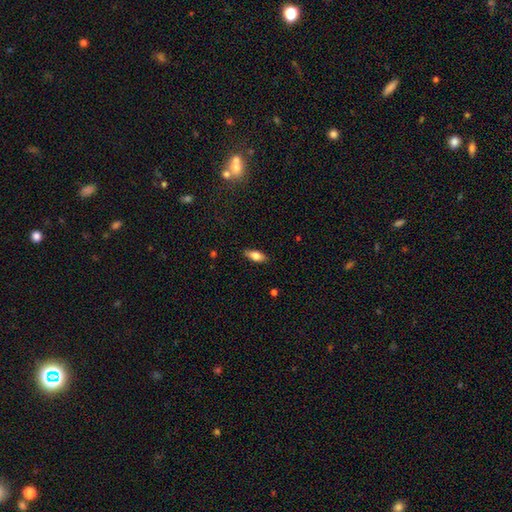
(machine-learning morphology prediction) The model was most divided on "smooth or featured": smooth: 71%, featured or disk: 22%, star or artifact: 7%. More confident: merging — none (88%); how rounded — in between (77%).